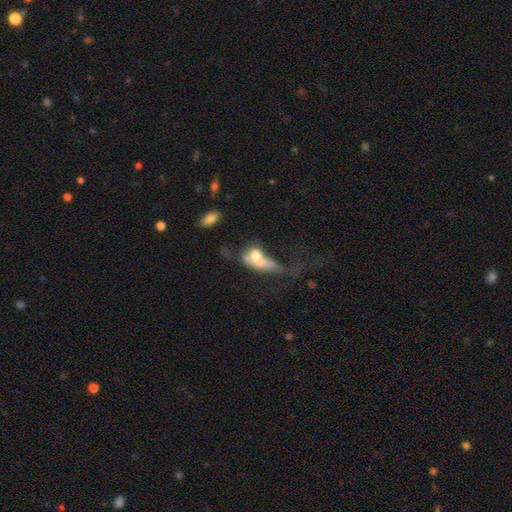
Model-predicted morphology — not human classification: smooth 55%, featured or disk 34%, star or artifact 11%. Down the decision tree: how rounded — in between (71%); merging — major disturbance (44%).